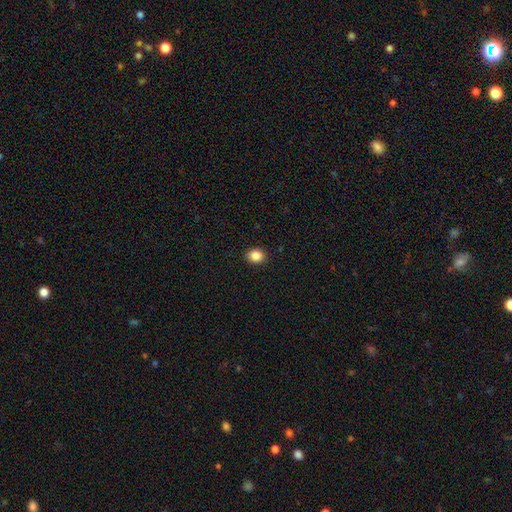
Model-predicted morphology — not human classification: Smooth or featured? Predicted: smooth (p=0.86). How rounded? Predicted: round (p=0.67). Merging? Predicted: none (p=0.91).